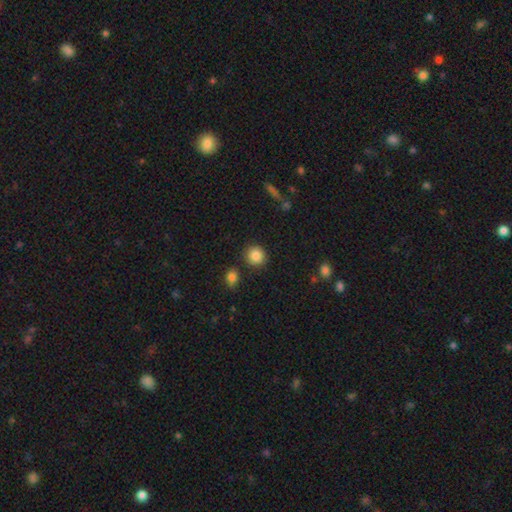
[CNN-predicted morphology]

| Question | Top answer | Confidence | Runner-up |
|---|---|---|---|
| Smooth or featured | smooth | 86% | star or artifact (9%) |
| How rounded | round | 88% | in between (11%) |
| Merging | none | 85% | minor disturbance (8%) |